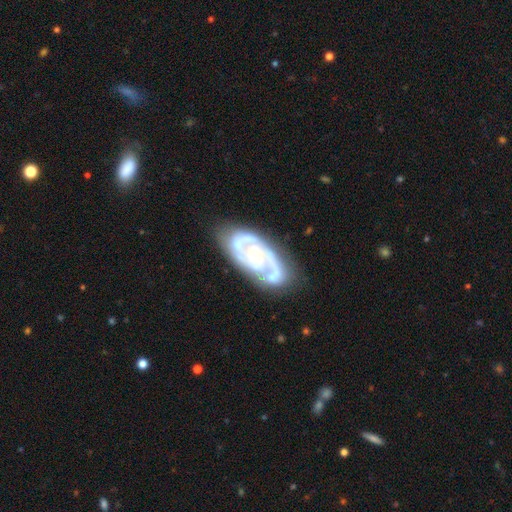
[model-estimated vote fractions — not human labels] Smooth or featured?
  - featured or disk: 88% *
  - smooth: 7%
  - star or artifact: 5%
Edge-on disk?
  - no: 96% *
  - yes: 4%
Bar?
  - no: 55% *
  - weak: 31%
  - strong: 14%
Spiral arms?
  - yes: 96% *
  - no: 4%
Spiral winding?
  - tight: 55% *
  - medium: 37%
  - loose: 7%
Spiral arm count?
  - 2: 71% *
  - 3: 11%
  - can't tell: 10%
  - 1: 4%
  - 4: 2%
  - more than 4: 2%
Bulge size?
  - small: 58% *
  - moderate: 31%
  - none: 7%
  - large: 3%
  - dominant: 1%
Merging?
  - none: 72% *
  - minor disturbance: 18%
  - major disturbance: 7%
  - merger: 3%